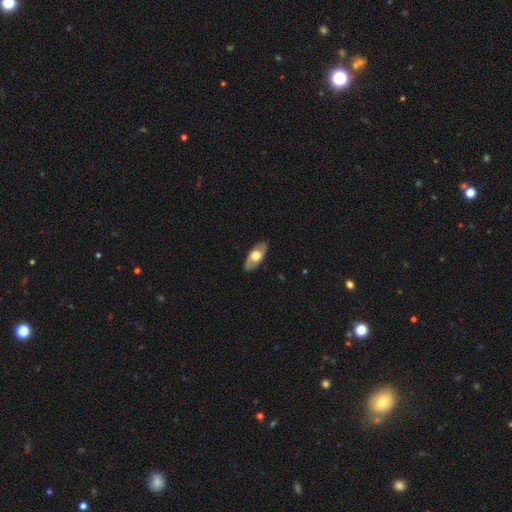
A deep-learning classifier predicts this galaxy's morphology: Smooth or featured?
  - smooth: 53% *
  - featured or disk: 42%
  - star or artifact: 5%
How rounded?
  - in between: 84% *
  - cigar-shaped: 12%
  - round: 4%
Merging?
  - none: 87% *
  - minor disturbance: 10%
  - major disturbance: 2%
  - merger: 1%